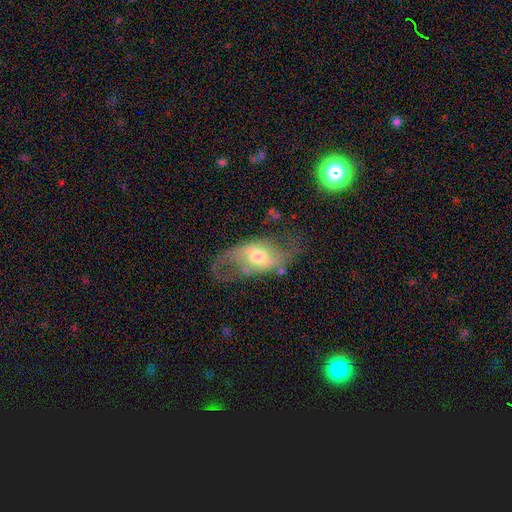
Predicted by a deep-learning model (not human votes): featured or disk 74%, smooth 16%, star or artifact 10%. Down the decision tree: edge-on disk — no (92%); bar — no (48%); spiral arms — yes (86%); spiral arm count — 2 (81%); spiral winding — loose (51%); bulge size — moderate (64%); merging — none (61%).